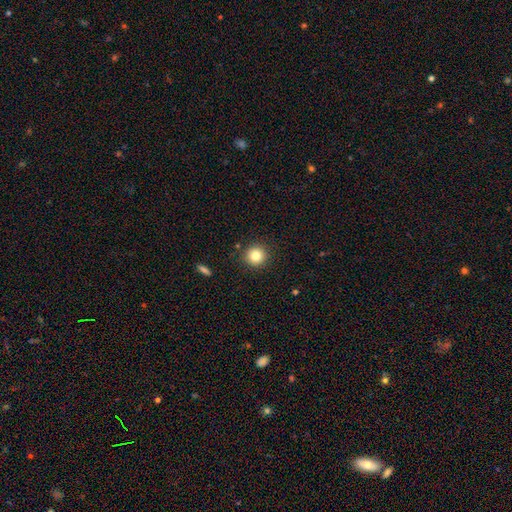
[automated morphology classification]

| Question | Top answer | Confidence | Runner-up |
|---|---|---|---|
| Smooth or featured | smooth | 82% | star or artifact (11%) |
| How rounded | round | 94% | in between (5%) |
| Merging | none | 90% | minor disturbance (6%) |